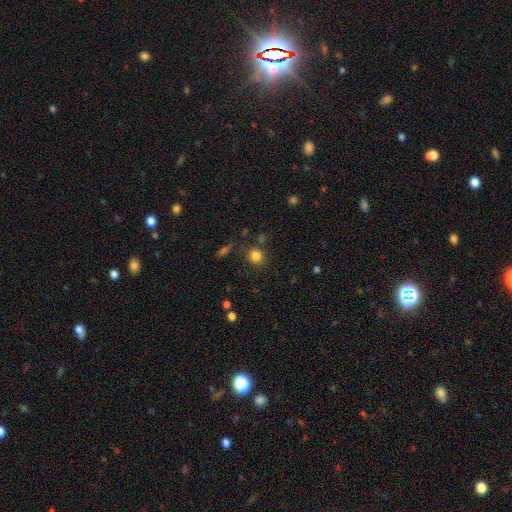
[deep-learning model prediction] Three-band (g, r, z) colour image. It shows a smooth galaxy with no disk features (82%) that is round (82%). Merging: none (80%).